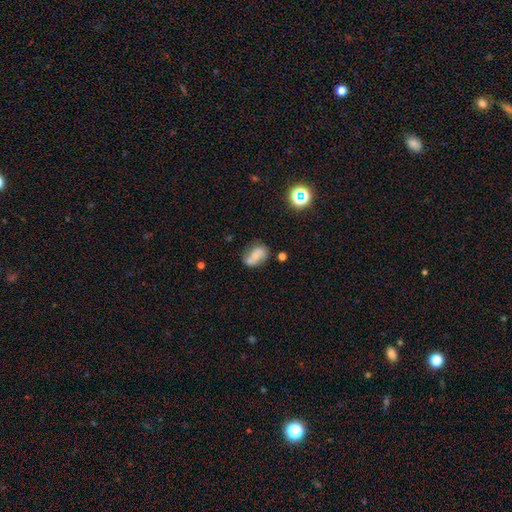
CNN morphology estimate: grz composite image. It shows a smooth galaxy with no disk features (61%) that is in between round and cigar-shaped (79%). Merging: none (42%).